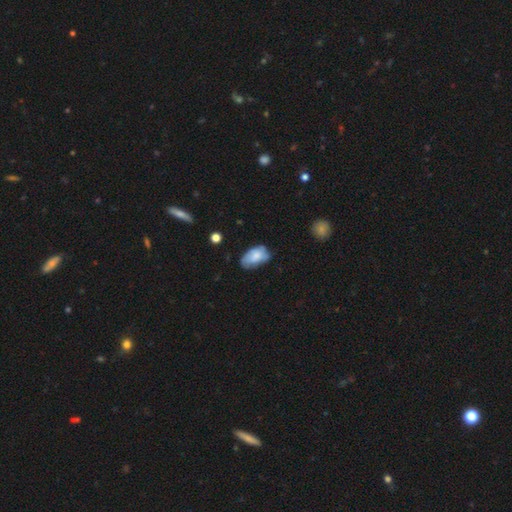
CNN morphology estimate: type=smooth (69%); roundness=in between (93%); merging=none (48%).